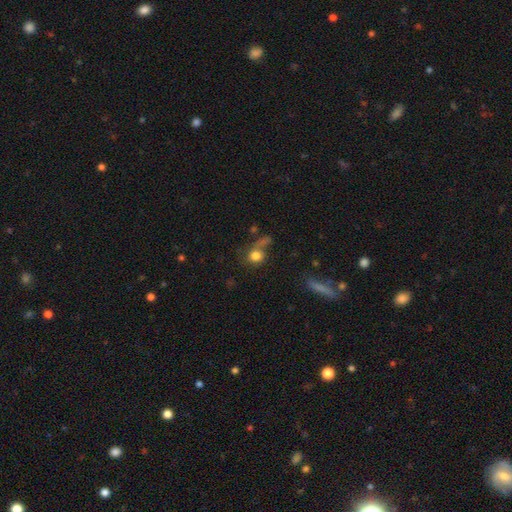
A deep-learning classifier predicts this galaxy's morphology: The model was most divided on "merging": none: 40%, major disturbance: 23%, merger: 21%, minor disturbance: 16%. More confident: smooth or featured — smooth (75%); how rounded — round (71%).